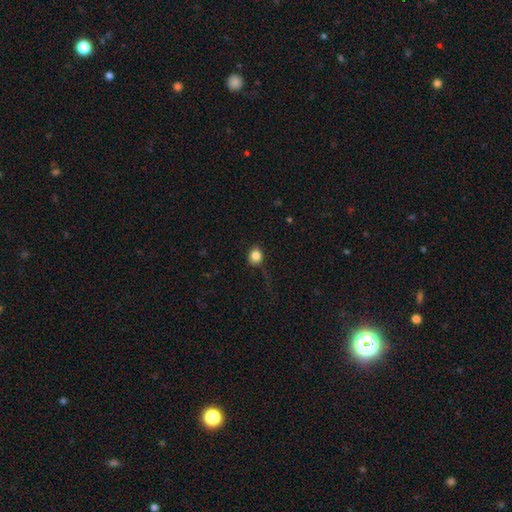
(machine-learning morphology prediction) Smooth or featured?
  - smooth: 83% *
  - star or artifact: 11%
  - featured or disk: 6%
How rounded?
  - round: 75% *
  - in between: 24%
  - cigar-shaped: 1%
Merging?
  - none: 73% *
  - minor disturbance: 18%
  - major disturbance: 8%
  - merger: 2%